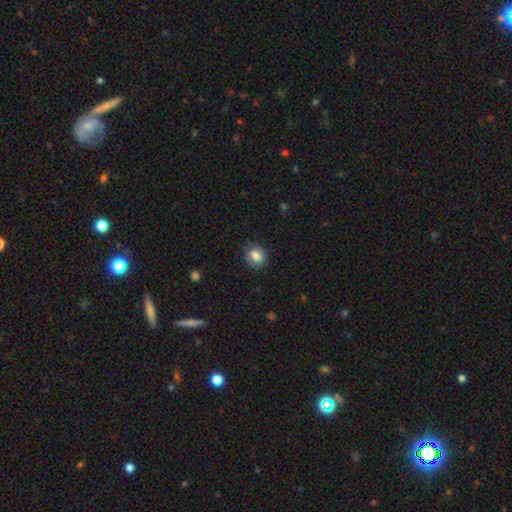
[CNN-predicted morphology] This is clearly a smooth galaxy (80%). How rounded: likely round (63%). Merging: clearly none (82%).